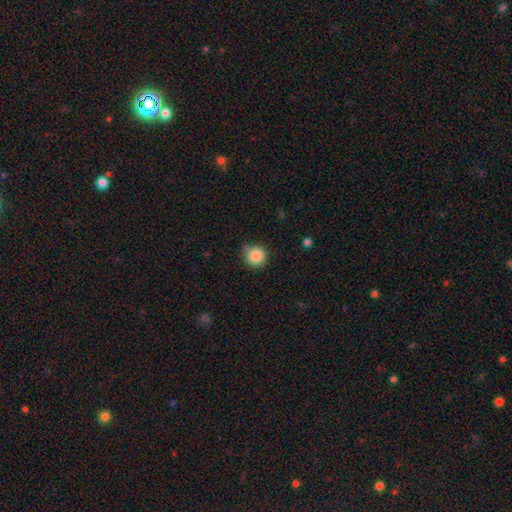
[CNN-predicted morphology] The model was most divided on "merging": none: 80%, minor disturbance: 14%, major disturbance: 3%, merger: 3%. More confident: how rounded — round (94%); smooth or featured — smooth (86%).